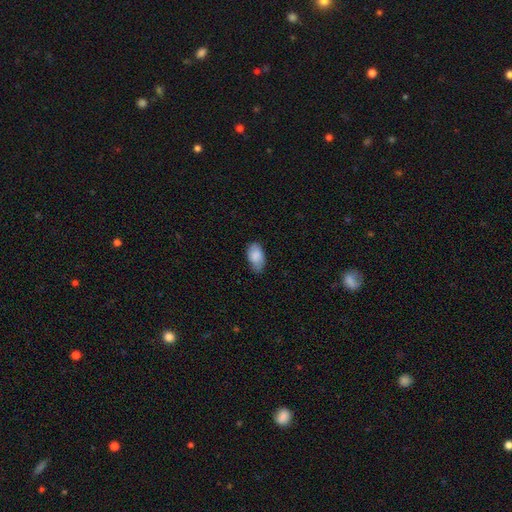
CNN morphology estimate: A smooth galaxy with no disk features (84%) that is in between round and cigar-shaped (93%).

Vote fractions:
- Smooth or featured? smooth: 84% / featured or disk: 10% / star or artifact: 7%
- How rounded? in between: 93% / round: 5% / cigar-shaped: 2%
- Merging? none: 65% / minor disturbance: 29% / major disturbance: 5% / merger: 1%